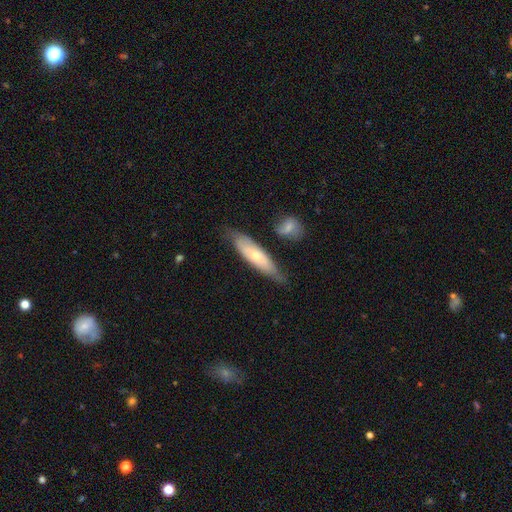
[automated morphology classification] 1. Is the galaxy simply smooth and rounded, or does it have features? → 50% smooth, 44% featured or disk, 6% star or artifact.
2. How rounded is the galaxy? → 62% cigar-shaped, 36% in between, 2% round.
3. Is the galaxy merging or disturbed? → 64% none, 24% minor disturbance, 6% major disturbance, 6% merger.